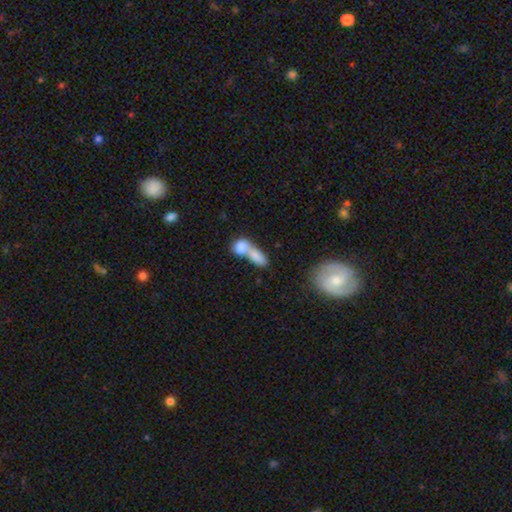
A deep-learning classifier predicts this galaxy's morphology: Overall: smooth (78%). How rounded: in between (72%). Merging: merger (76%).